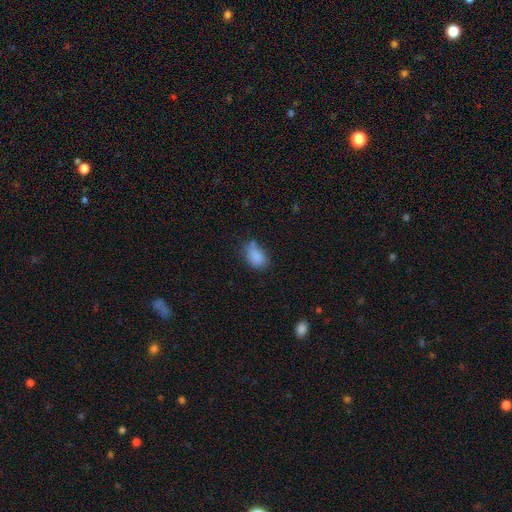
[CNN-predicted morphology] type=smooth (85%); roundness=in between (88%); merging=none (51%).